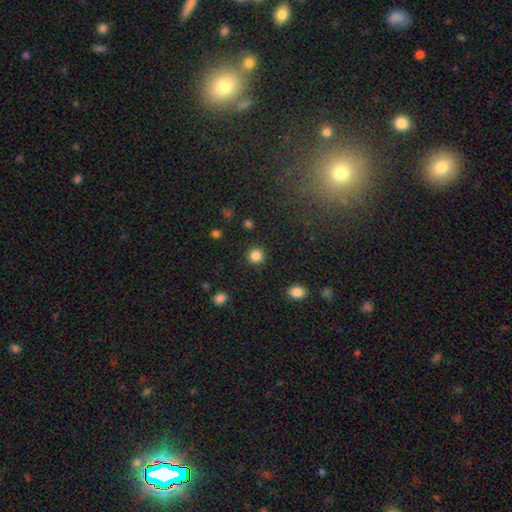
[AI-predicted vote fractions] This appears to be a smooth galaxy with no disk features (85%) that is round (94%). Merging: none (91%).